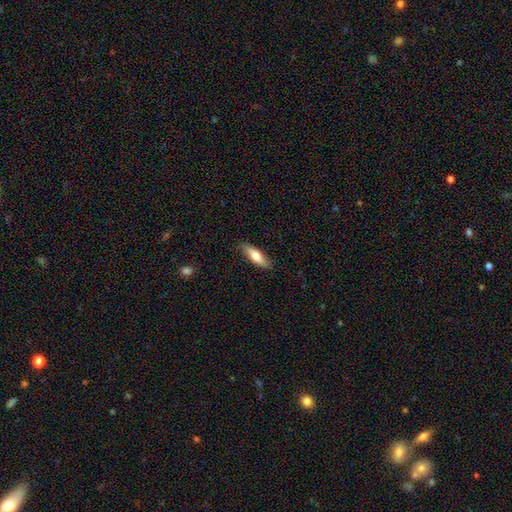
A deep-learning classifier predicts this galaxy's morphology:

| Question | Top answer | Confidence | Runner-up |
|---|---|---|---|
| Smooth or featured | smooth | 64% | featured or disk (30%) |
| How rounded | cigar-shaped | 52% | in between (46%) |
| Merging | none | 80% | minor disturbance (16%) |